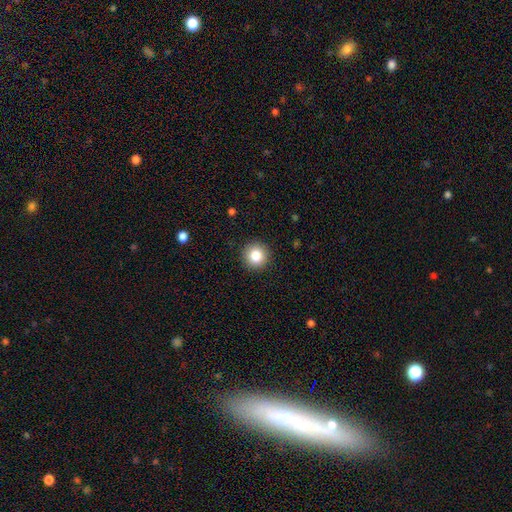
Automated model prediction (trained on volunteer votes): Overall: smooth (83%). How rounded: round (95%). Merging: none (92%).